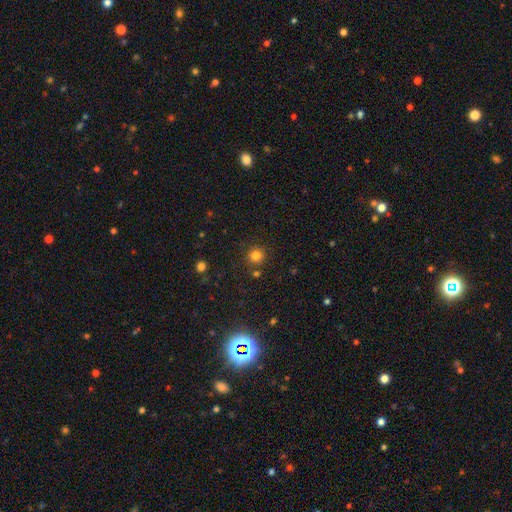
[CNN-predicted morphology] A smooth galaxy with no disk features (81%) that is round (94%).

Vote fractions:
- Smooth or featured? smooth: 81% / star or artifact: 14% / featured or disk: 5%
- How rounded? round: 94% / in between: 5% / cigar-shaped: 1%
- Merging? none: 85% / minor disturbance: 7% / merger: 6% / major disturbance: 3%